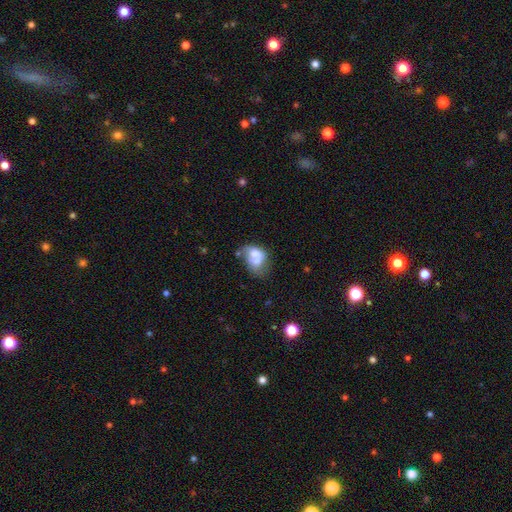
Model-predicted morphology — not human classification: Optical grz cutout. It shows a smooth galaxy with no disk features (58%) that is in between round and cigar-shaped (68%). Merging: merger (62%).